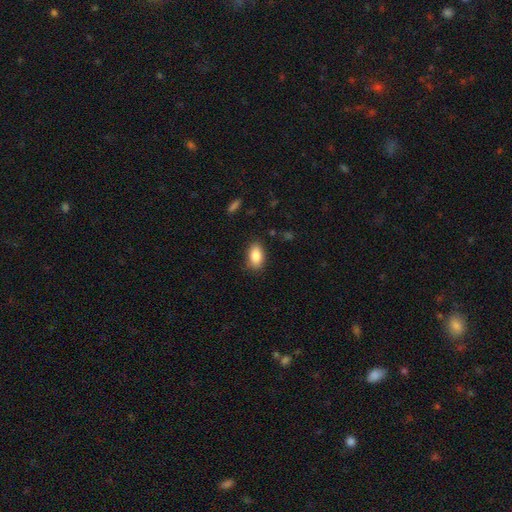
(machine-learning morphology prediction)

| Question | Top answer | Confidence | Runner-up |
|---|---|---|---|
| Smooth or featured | smooth | 86% | star or artifact (7%) |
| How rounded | in between | 90% | round (7%) |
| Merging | none | 82% | minor disturbance (13%) |